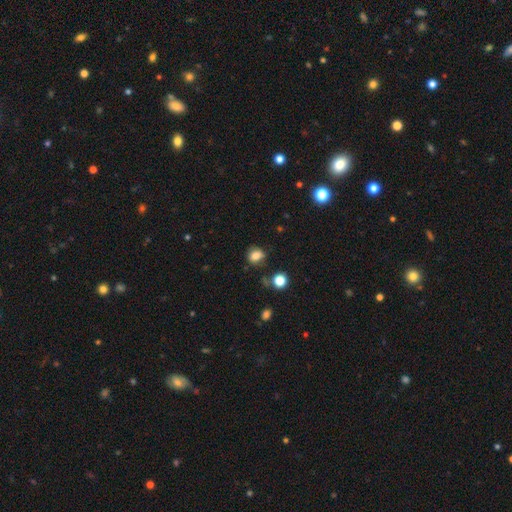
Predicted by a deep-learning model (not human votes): A smooth galaxy with no disk features (81%) that is round (65%). Merging: none (76%).